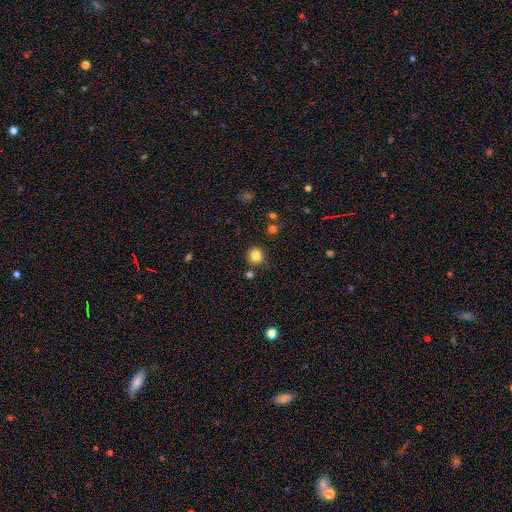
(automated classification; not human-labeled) Q: Smooth or featured?
A: smooth (84%); runner-up: star or artifact (11%)
Q: How rounded?
A: round (88%); runner-up: in between (11%)
Q: Merging?
A: none (82%); runner-up: minor disturbance (9%)